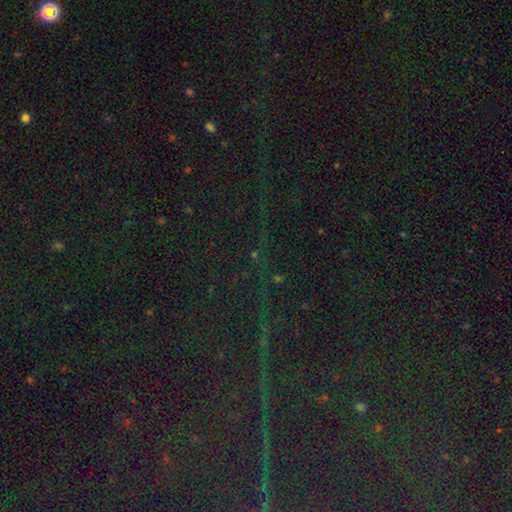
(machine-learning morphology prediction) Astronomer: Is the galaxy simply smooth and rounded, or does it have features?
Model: star or artifact — 78%.